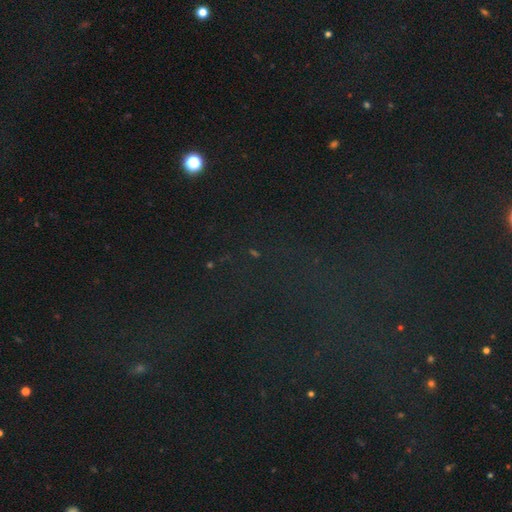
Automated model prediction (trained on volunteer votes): smooth-or-featured: star or artifact: 78% | smooth: 14% | featured or disk: 8%